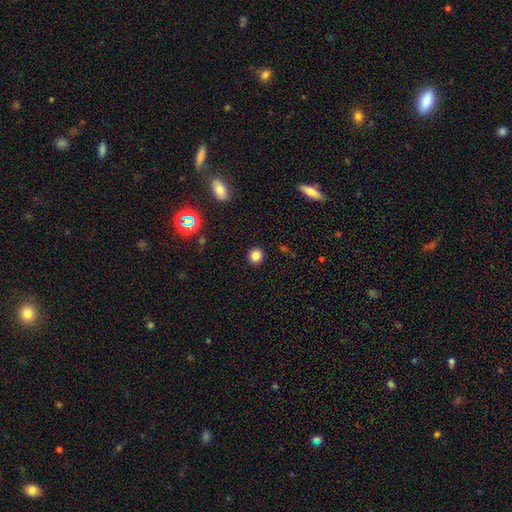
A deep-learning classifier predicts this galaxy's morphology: Smooth or featured?
  - smooth: 83% *
  - star or artifact: 13%
  - featured or disk: 5%
How rounded?
  - round: 89% *
  - in between: 10%
  - cigar-shaped: 1%
Merging?
  - none: 92% *
  - minor disturbance: 5%
  - major disturbance: 2%
  - merger: 1%